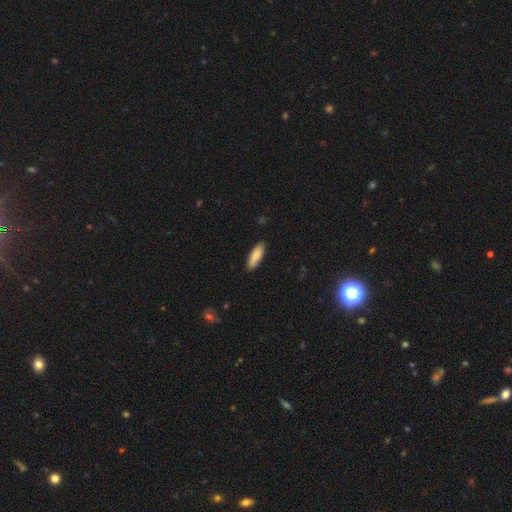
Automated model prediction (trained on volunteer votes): The model was most divided on "how rounded": in between: 52%, cigar-shaped: 46%, round: 2%. More confident: merging — none (89%); smooth or featured — smooth (86%).